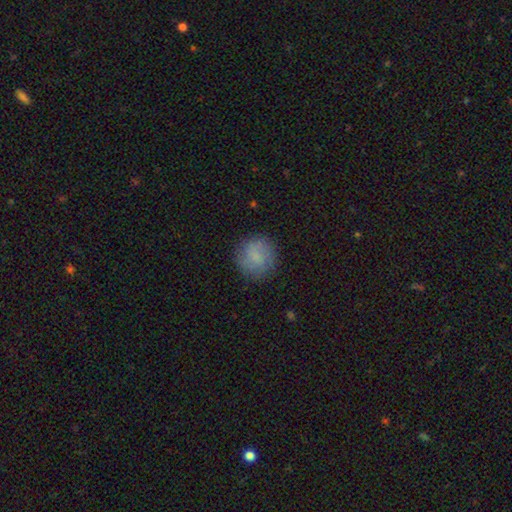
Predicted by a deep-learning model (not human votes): This appears to be a smooth galaxy with no disk features (73%) that is round (92%). Merging: none (83%).